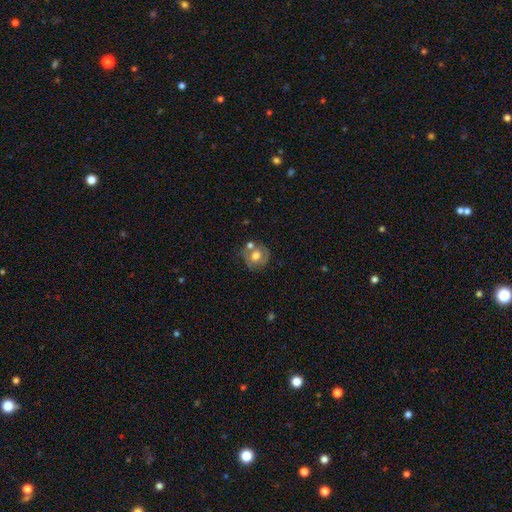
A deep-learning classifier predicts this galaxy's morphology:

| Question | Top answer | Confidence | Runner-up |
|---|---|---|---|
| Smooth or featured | smooth | 49% | featured or disk (43%) |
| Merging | none | 56% | merger (20%) |